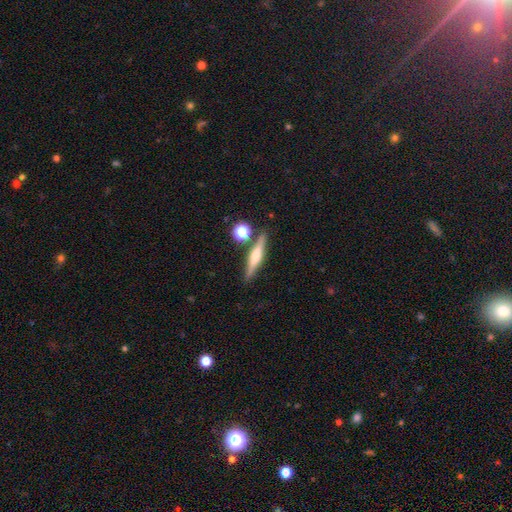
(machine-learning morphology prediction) This is possibly a featured or disk galaxy (58%). It is clearly viewed edge-on (96%). Edge-on bulge: likely rounded (71%). Merging: clearly none (83%).